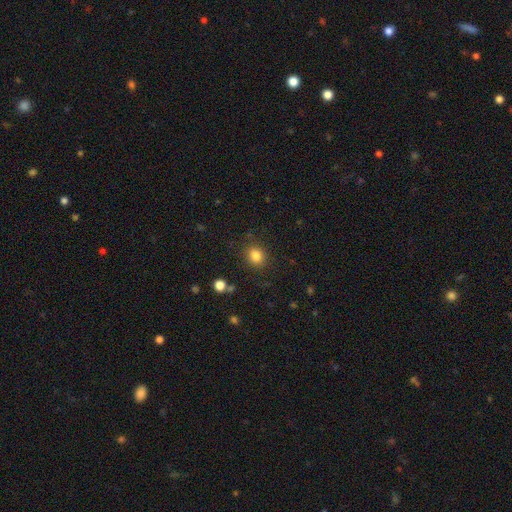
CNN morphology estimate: The model was most divided on "how rounded": round: 73%, in between: 27%, cigar-shaped: 1%. More confident: merging — none (87%); smooth or featured — smooth (84%).